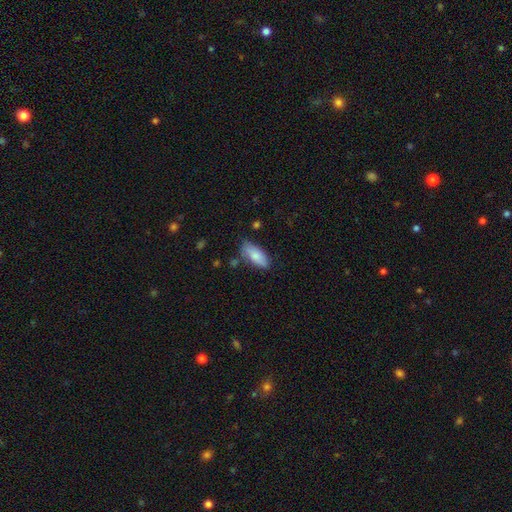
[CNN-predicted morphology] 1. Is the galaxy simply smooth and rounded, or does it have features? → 81% smooth, 13% featured or disk, 6% star or artifact.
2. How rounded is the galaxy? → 83% in between, 15% cigar-shaped, 2% round.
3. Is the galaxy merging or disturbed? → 70% none, 21% minor disturbance, 4% merger, 4% major disturbance.